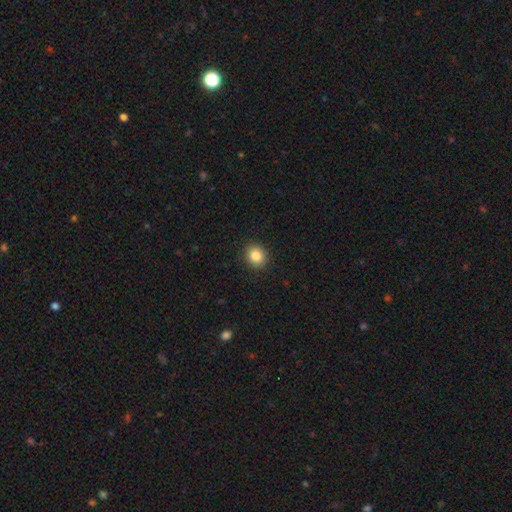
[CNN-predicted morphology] Q: Smooth or featured?
A: smooth (85%); runner-up: star or artifact (10%)
Q: How rounded?
A: round (75%); runner-up: in between (24%)
Q: Merging?
A: none (91%); runner-up: minor disturbance (6%)